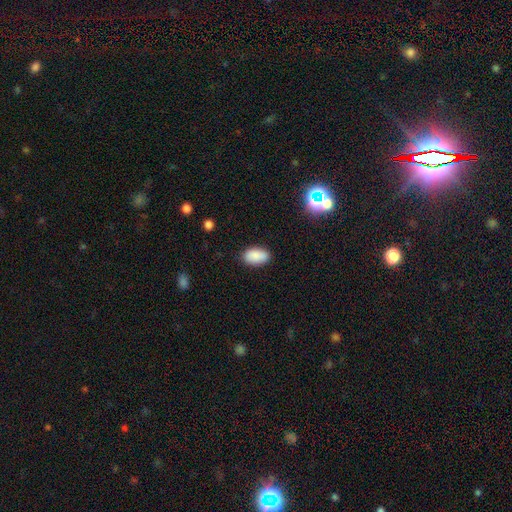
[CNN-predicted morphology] smooth 88%, star or artifact 7%, featured or disk 4%. Down the decision tree: how rounded — in between (94%); merging — none (86%).